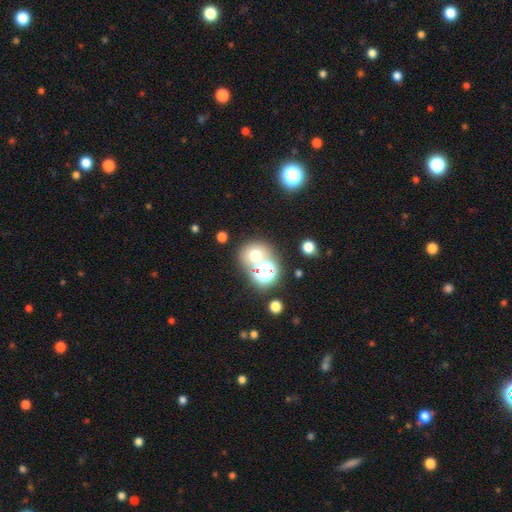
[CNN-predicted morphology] Smooth or featured: smooth — 60% (star or artifact — 27%)
How rounded: round — 76% (in between — 23%)
Merging: none — 56% (merger — 30%)